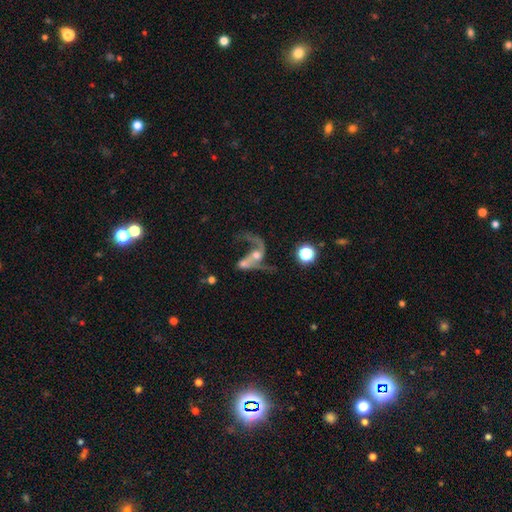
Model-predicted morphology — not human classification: A featured or disk galaxy (77%) with no bar (61%), 2 (78%) loose (84%) spiral arms (86%) and a moderate central bulge (51%). Merging: merger (44%).